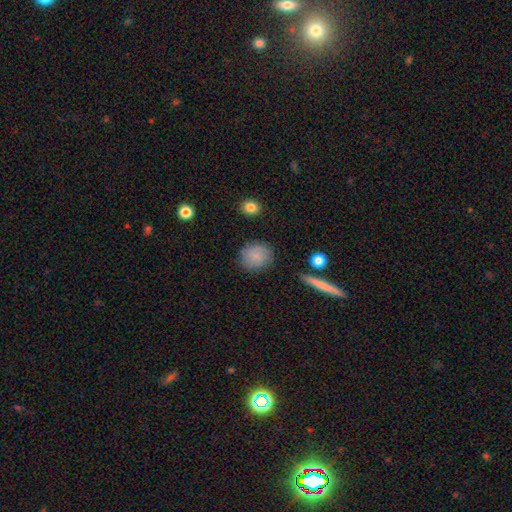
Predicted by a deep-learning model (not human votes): smooth_or_featured: smooth (p=0.82) [alt: featured or disk p=0.10]
how_rounded: round (p=0.75) [alt: in between p=0.23]
merging: none (p=0.84) [alt: minor disturbance p=0.11]